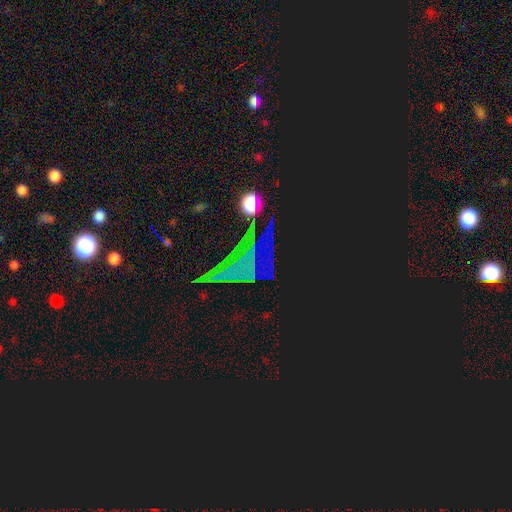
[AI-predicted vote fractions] Smooth or featured? star or artifact (66%)